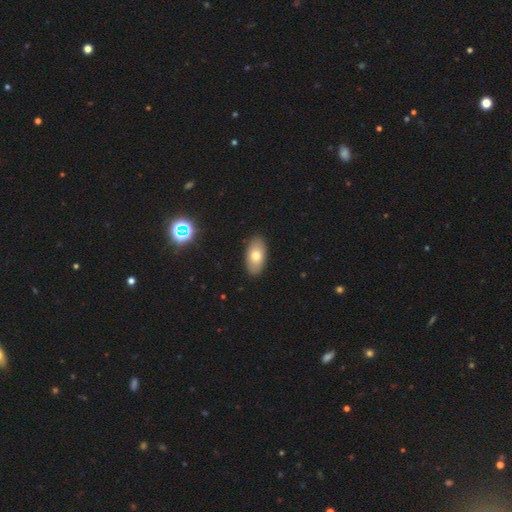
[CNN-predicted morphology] type=smooth (74%); roundness=in between (93%); merging=none (89%).